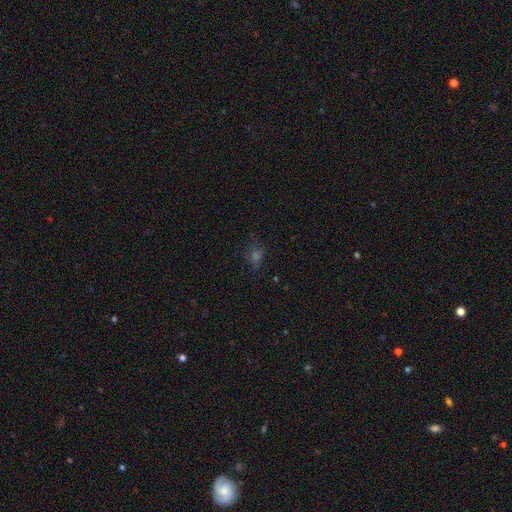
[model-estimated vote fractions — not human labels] This appears to be a smooth galaxy with no disk features (43%). Merging: none (73%).